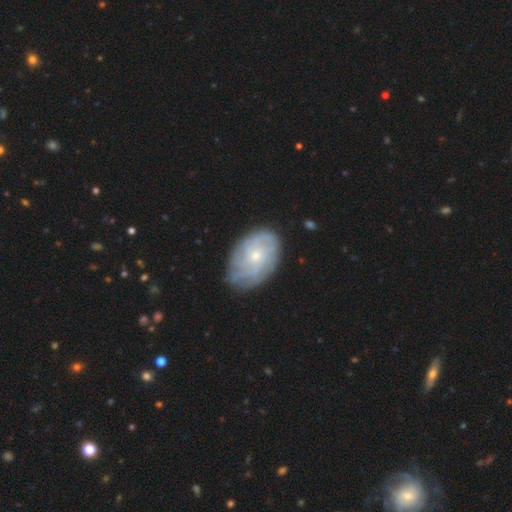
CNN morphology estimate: A featured or disk galaxy (66%) with no bar (77%), tight (56%) spiral arms (84%) and a small central bulge (58%).

Vote fractions:
- Smooth or featured? featured or disk: 66% / smooth: 27% / star or artifact: 7%
- Edge-on disk? no: 96% / yes: 4%
- Bar? no: 77% / weak: 21% / strong: 3%
- Spiral arms? yes: 84% / no: 16%
- Spiral winding? tight: 56% / medium: 30% / loose: 14%
- Spiral arm count? can't tell: 54% / 4: 13% / 3: 10% / 2: 10% / more than 4: 9% / 1: 5%
- Bulge size? small: 58% / moderate: 38% / none: 2% / large: 2% / dominant: 1%
- Merging? none: 72% / minor disturbance: 20% / major disturbance: 7% / merger: 1%